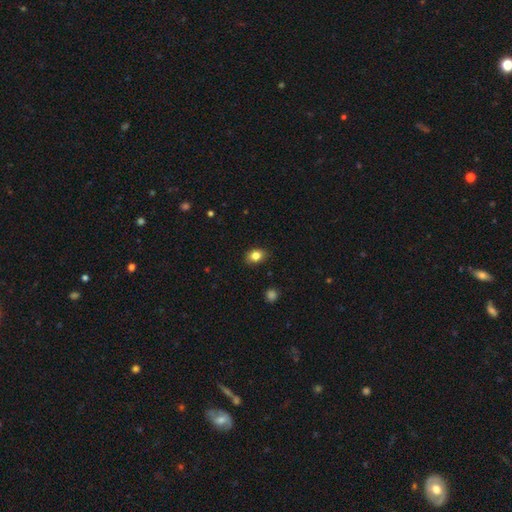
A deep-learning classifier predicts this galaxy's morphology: This is clearly a smooth galaxy (84%). How rounded: likely in between (69%). Merging: clearly none (86%).